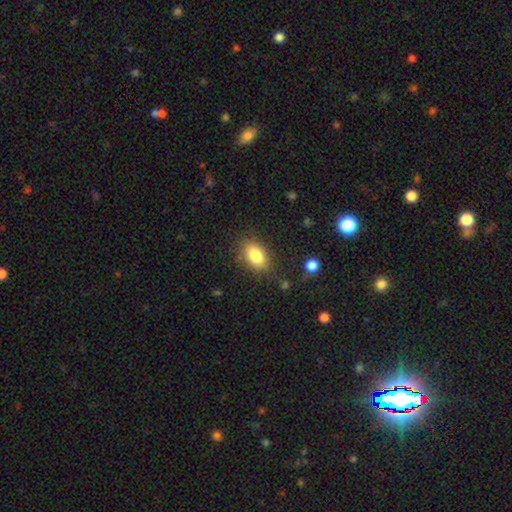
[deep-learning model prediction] smooth 83%, featured or disk 9%, star or artifact 8%. Down the decision tree: how rounded — in between (89%); merging — none (78%).